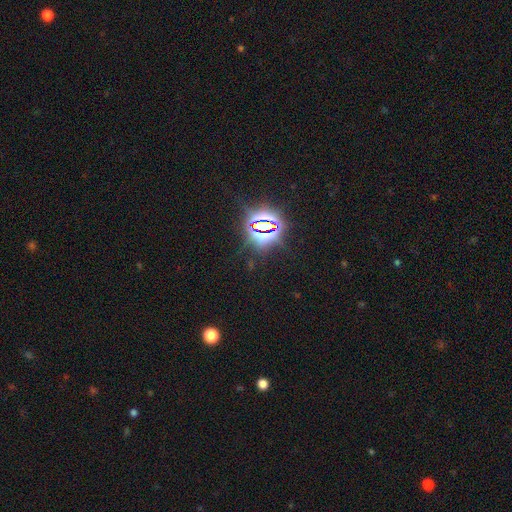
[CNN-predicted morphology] smooth-or-featured: star or artifact: 82% | smooth: 12% | featured or disk: 6%